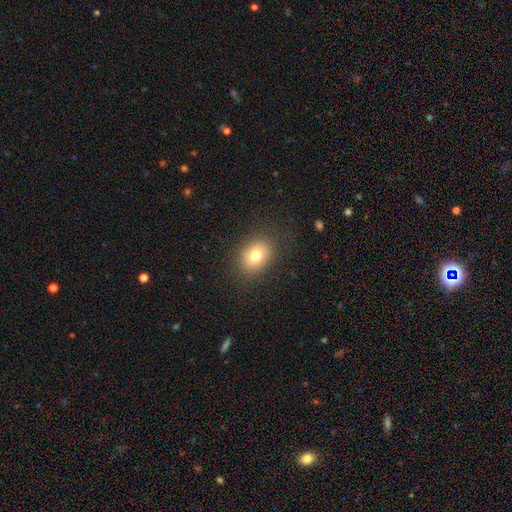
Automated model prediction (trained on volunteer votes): Smooth or featured?
  - smooth: 77% *
  - featured or disk: 12%
  - star or artifact: 11%
How rounded?
  - in between: 64% *
  - round: 35%
  - cigar-shaped: 1%
Merging?
  - none: 84% *
  - minor disturbance: 10%
  - major disturbance: 4%
  - merger: 1%